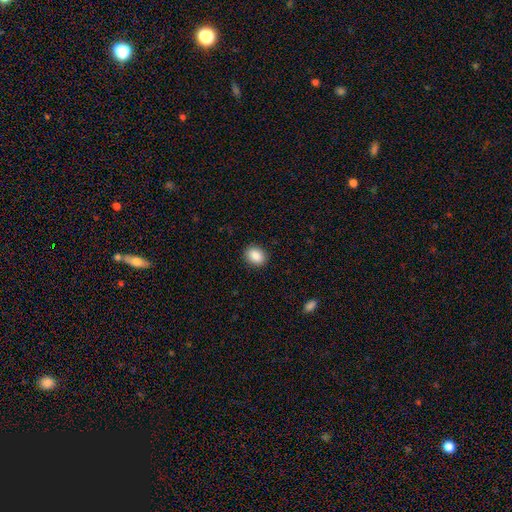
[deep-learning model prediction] Q: Smooth or featured?
A: smooth (87%); runner-up: star or artifact (8%)
Q: How rounded?
A: in between (56%); runner-up: round (43%)
Q: Merging?
A: none (90%); runner-up: minor disturbance (7%)